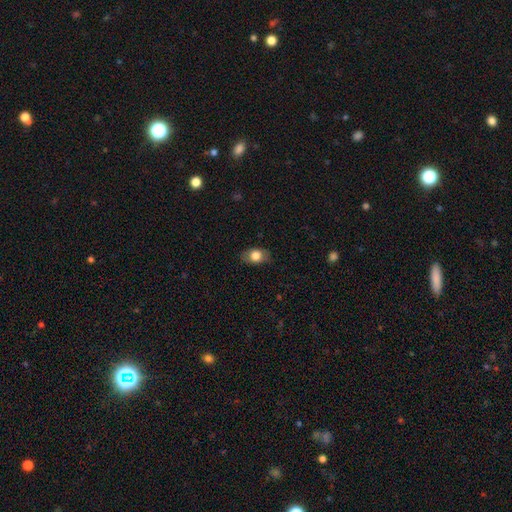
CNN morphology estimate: Smooth or featured: smooth — 77% (featured or disk — 15%)
How rounded: in between — 80% (round — 18%)
Merging: none — 80% (minor disturbance — 15%)